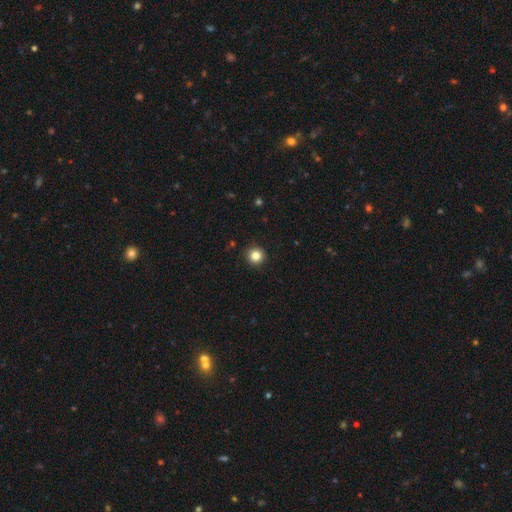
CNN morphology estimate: This appears to be a smooth galaxy with no disk features (83%) that is round (96%). Merging: none (93%).